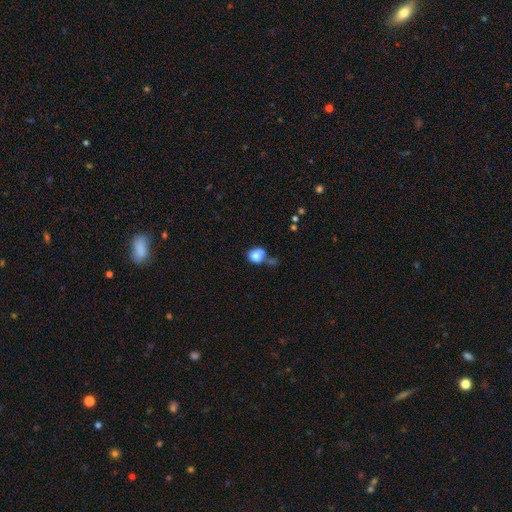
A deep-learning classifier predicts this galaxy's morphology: Q: Smooth or featured?
A: smooth (77%); runner-up: featured or disk (13%)
Q: How rounded?
A: round (66%); runner-up: in between (33%)
Q: Merging?
A: none (34%); runner-up: merger (26%)